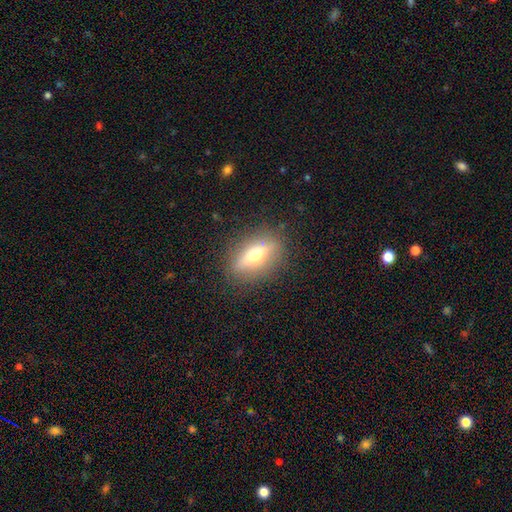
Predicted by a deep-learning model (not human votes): smooth_or_featured: featured or disk (p=0.47) [alt: smooth p=0.44]
merging: none (p=0.84) [alt: minor disturbance p=0.11]